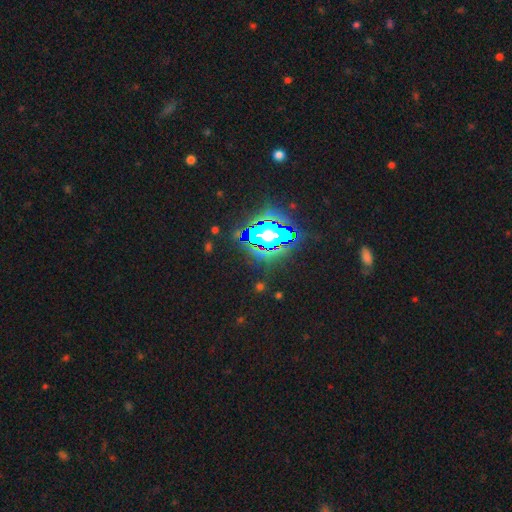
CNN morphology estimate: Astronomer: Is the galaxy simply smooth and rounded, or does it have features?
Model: star or artifact — 84%.